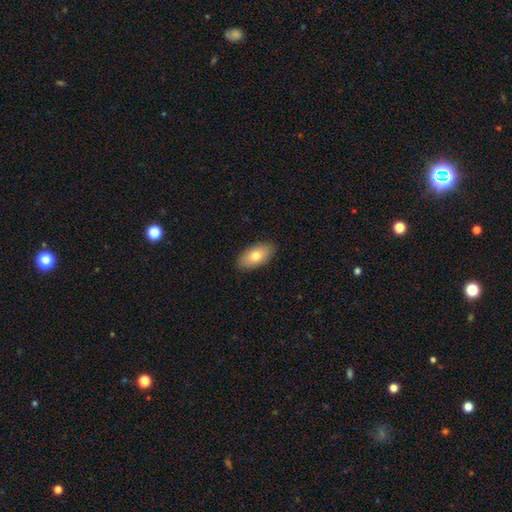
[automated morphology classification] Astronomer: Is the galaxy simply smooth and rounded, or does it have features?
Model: smooth — 75%.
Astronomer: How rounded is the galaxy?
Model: in between — 92%.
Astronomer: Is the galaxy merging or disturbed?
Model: none — 88%.